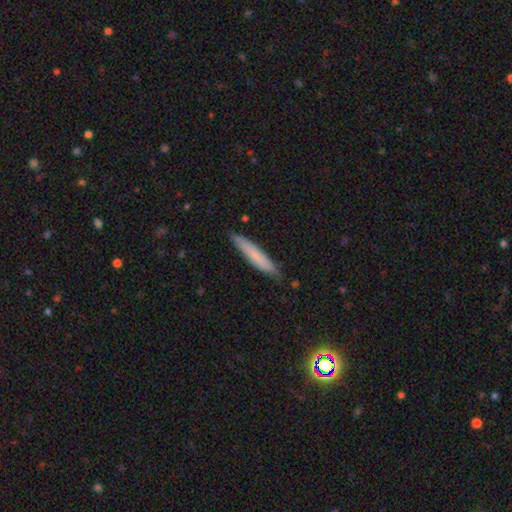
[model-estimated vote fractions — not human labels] Q: Smooth or featured?
A: smooth (73%); runner-up: featured or disk (20%)
Q: How rounded?
A: cigar-shaped (92%); runner-up: in between (7%)
Q: Merging?
A: none (84%); runner-up: minor disturbance (13%)